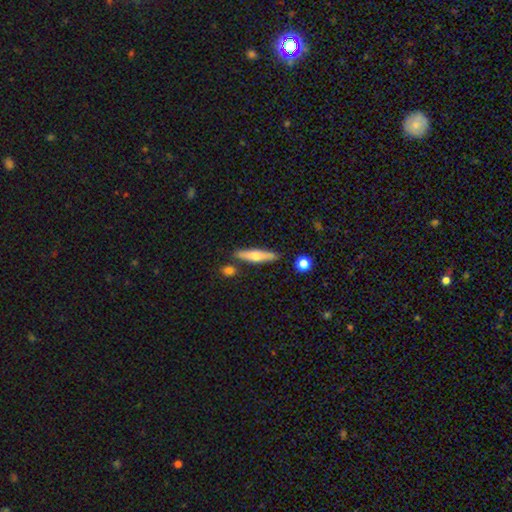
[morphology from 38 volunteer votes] Overall: featured or disk (61%; smooth 39%). Edge-on disk: yes (100%). Edge-on bulge: rounded (91%). Merging: none (87%).